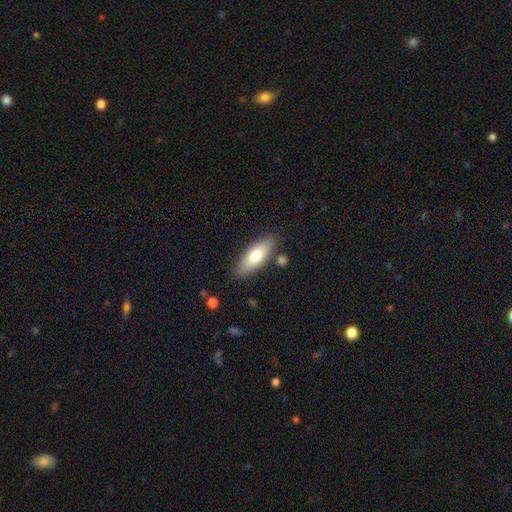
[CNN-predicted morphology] type=smooth (70%); roundness=in between (62%); merging=none (82%).